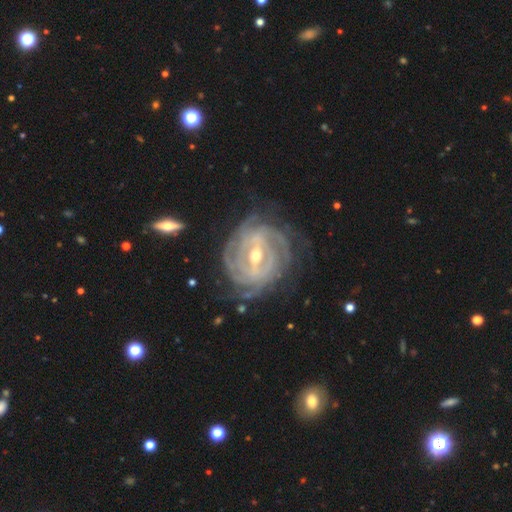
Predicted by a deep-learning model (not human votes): smooth-or-featured: featured or disk: 92% | star or artifact: 5% | smooth: 4%
  disk-edge-on: no: 96% | yes: 4%
    bar: strong: 56% | weak: 35% | no: 9%
    has-spiral-arms: yes: 98% | no: 2%
      spiral-winding: tight: 81% | medium: 16% | loose: 3%
      spiral-arm-count: 4: 29% | can't tell: 22% | 3: 21% | 2: 13% | more than 4: 10% | 1: 6%
    bulge-size: moderate: 57% | small: 40% | large: 2% | none: 1% | dominant: 1%
  merging: none: 75% | minor disturbance: 16% | major disturbance: 7% | merger: 2%